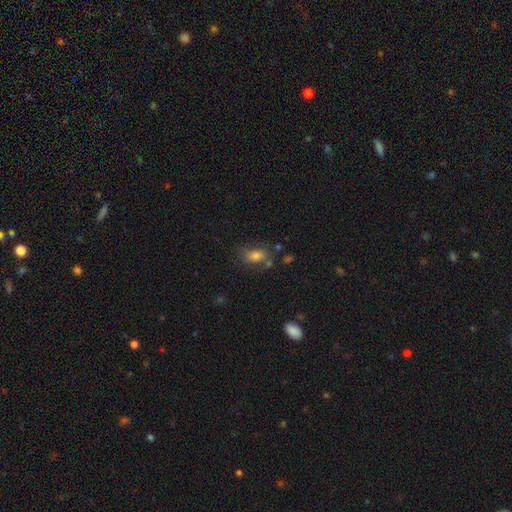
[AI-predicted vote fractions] Overall: smooth (72%). How rounded: in between (82%). Merging: none (58%; minor disturbance 20%).